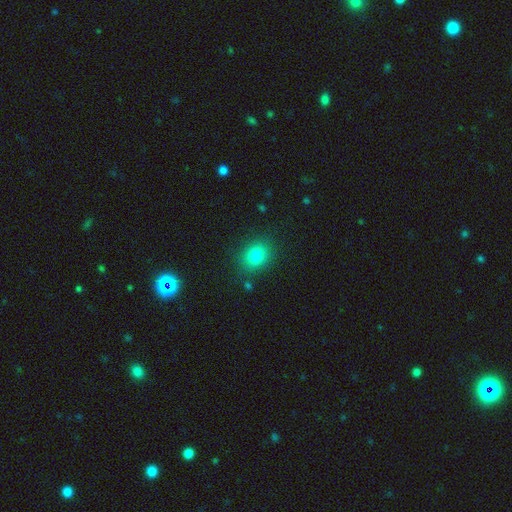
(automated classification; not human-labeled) Morphology: type=smooth (79%); roundness=round (57%); merging=none (84%).